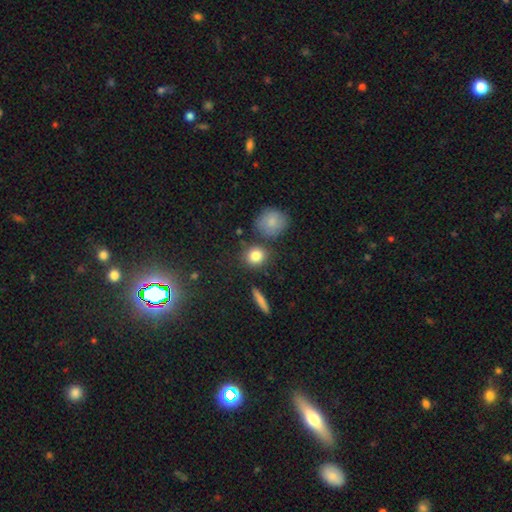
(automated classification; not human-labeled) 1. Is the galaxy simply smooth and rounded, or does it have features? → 83% smooth, 10% star or artifact, 7% featured or disk.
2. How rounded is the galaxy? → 81% round, 17% in between, 2% cigar-shaped.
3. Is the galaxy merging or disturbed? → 80% none, 10% minor disturbance, 8% merger, 3% major disturbance.